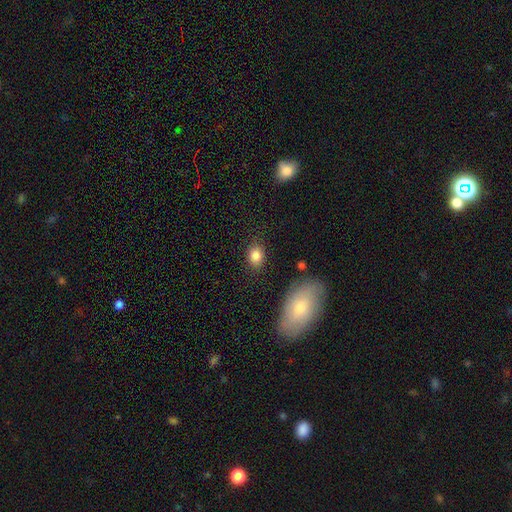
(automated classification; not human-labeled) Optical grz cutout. It shows a smooth galaxy with no disk features (85%) that is in between round and cigar-shaped (61%). Merging: none (82%).